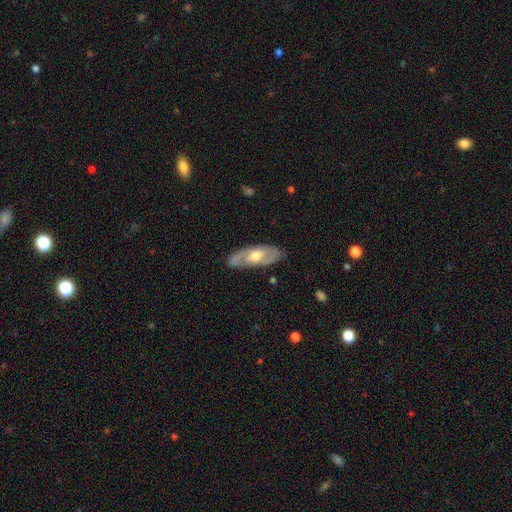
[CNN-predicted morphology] type=featured or disk (64%); edge-on=no (80%); bar=no (61%); spiral arms=yes (58%); bulge=moderate (71%); merging=none (82%).